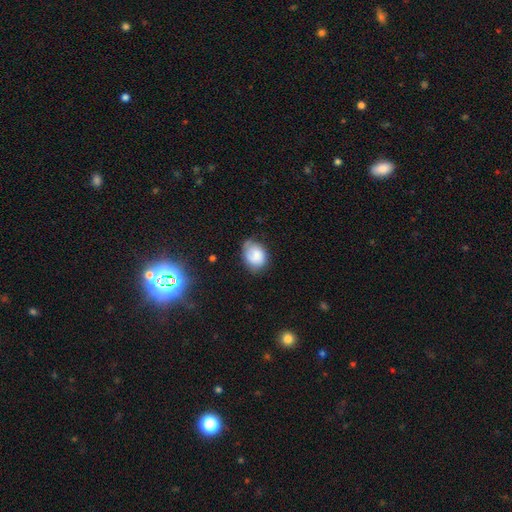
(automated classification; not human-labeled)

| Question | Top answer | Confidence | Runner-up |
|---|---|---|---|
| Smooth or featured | smooth | 77% | featured or disk (14%) |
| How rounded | in between | 61% | round (38%) |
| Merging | none | 55% | minor disturbance (33%) |